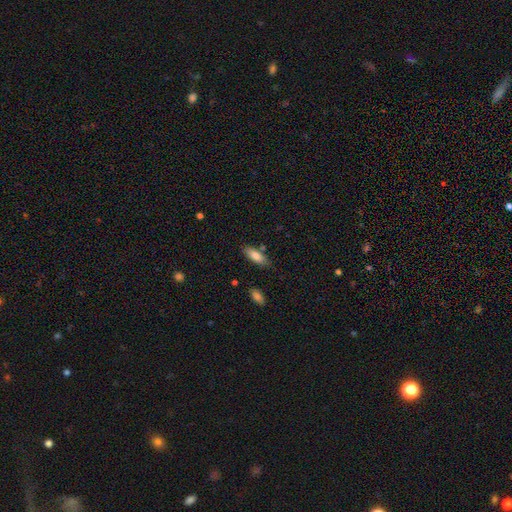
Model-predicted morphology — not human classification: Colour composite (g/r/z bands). It shows a smooth galaxy with no disk features (79%) that is in between round and cigar-shaped (69%). Merging: none (78%).